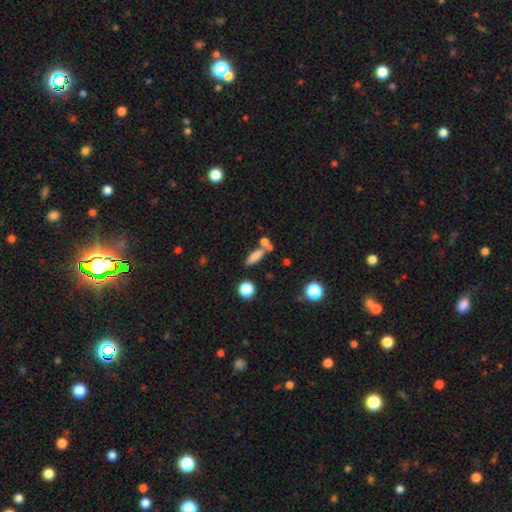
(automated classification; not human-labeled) Smooth or featured? smooth (76%)
How rounded? in between (52%)
Merging? none (59%)